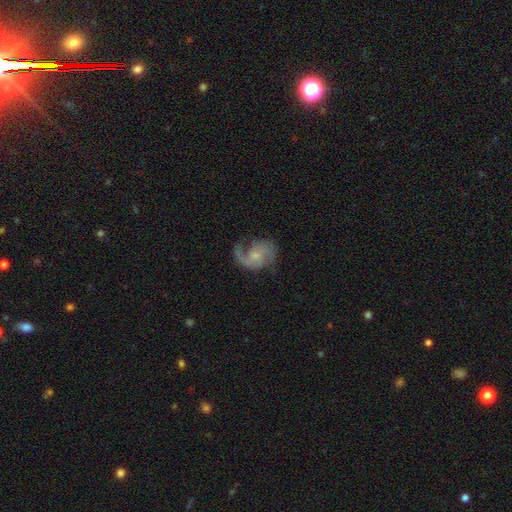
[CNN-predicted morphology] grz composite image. It shows a featured or disk galaxy (84%) with no bar (62%), 2 (80%) medium (47%) spiral arms (96%) and a small central bulge (57%). Merging: none (63%).